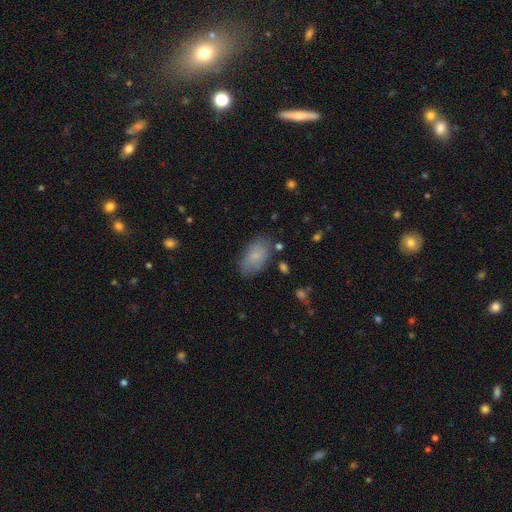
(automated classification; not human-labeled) Smooth or featured? Predicted: smooth (p=0.77). How rounded? Predicted: in between (p=0.93). Merging? Predicted: none (p=0.71).